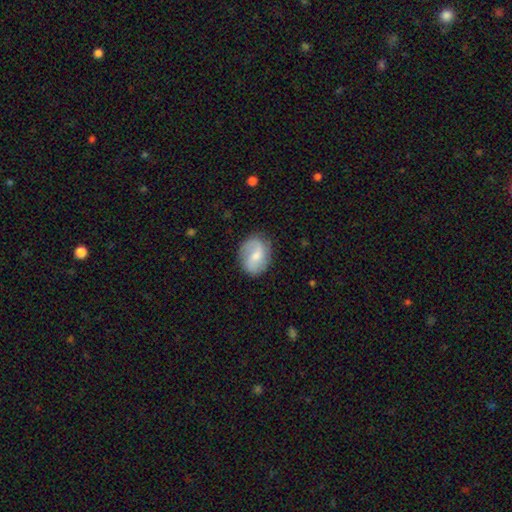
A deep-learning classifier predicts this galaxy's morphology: Overall: featured or disk (50%; smooth 43%). Edge-on disk: no (97%). Merging: none (76%).